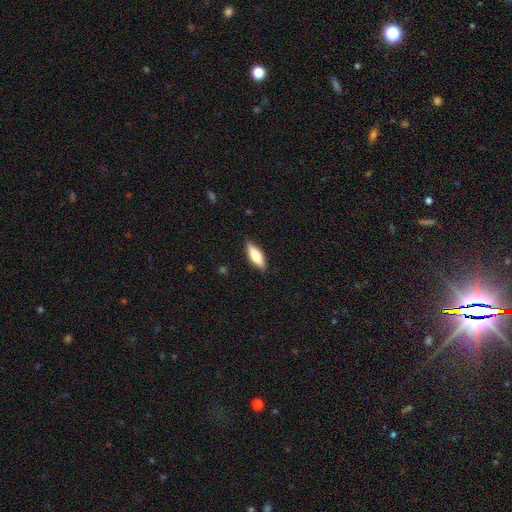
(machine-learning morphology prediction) This is likely a smooth galaxy (70%). How rounded: possibly in between (58%). Merging: clearly none (87%).